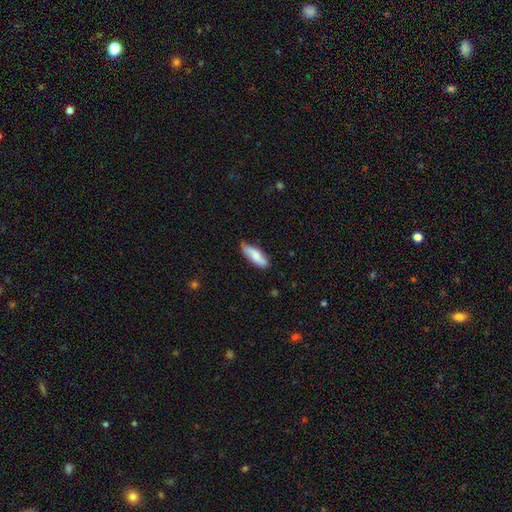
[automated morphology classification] The model was most divided on "how rounded": in between: 56%, cigar-shaped: 42%, round: 2%. More confident: smooth or featured — smooth (78%); merging — none (75%).